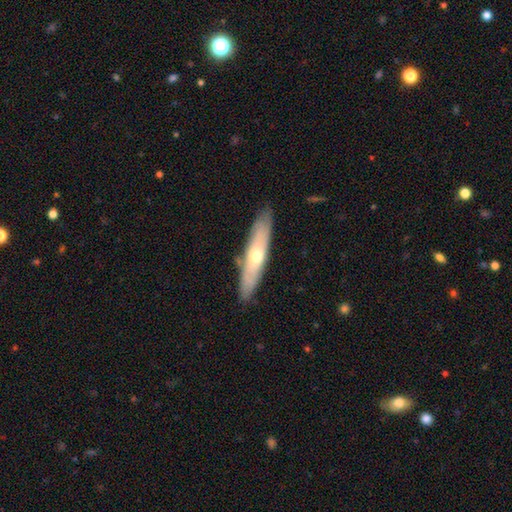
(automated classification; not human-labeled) Smooth or featured? featured or disk (52%)
Edge-on disk? yes (66%)
Merging? none (85%)